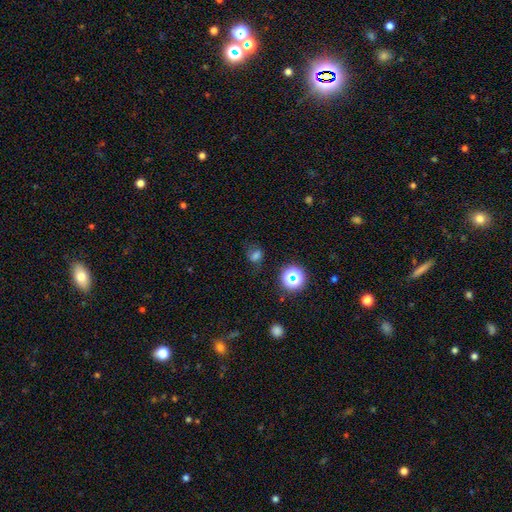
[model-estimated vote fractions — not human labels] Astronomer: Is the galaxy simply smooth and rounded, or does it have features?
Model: smooth — 59%.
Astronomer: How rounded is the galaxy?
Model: in between — 52% (runner-up: round, 46%).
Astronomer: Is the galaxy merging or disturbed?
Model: none — 60%.